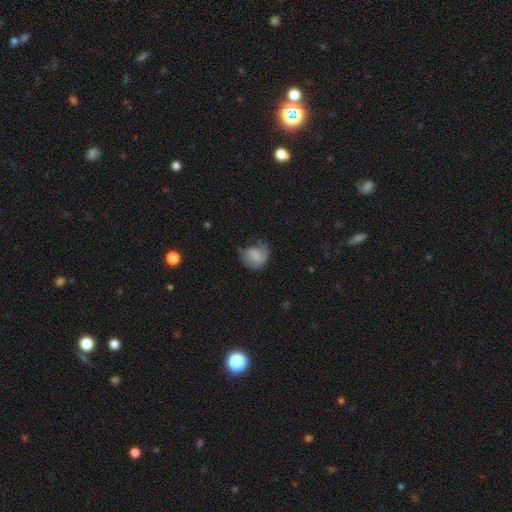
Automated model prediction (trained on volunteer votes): Smooth or featured? Predicted: smooth (p=0.69). How rounded? Predicted: round (p=0.66). Merging? Predicted: none (p=0.45).